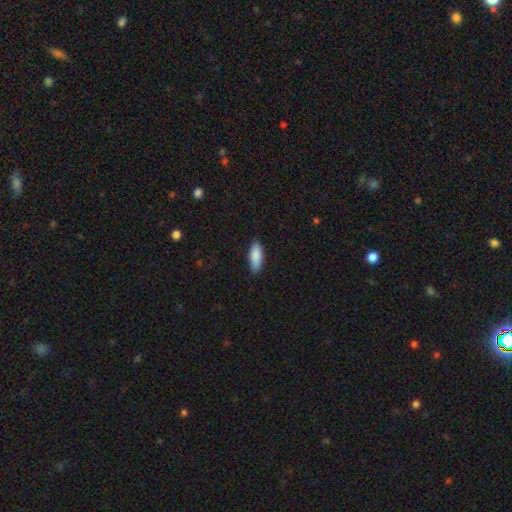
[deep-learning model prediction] This is clearly a smooth galaxy (87%). How rounded: likely in between (74%). Merging: clearly none (81%).